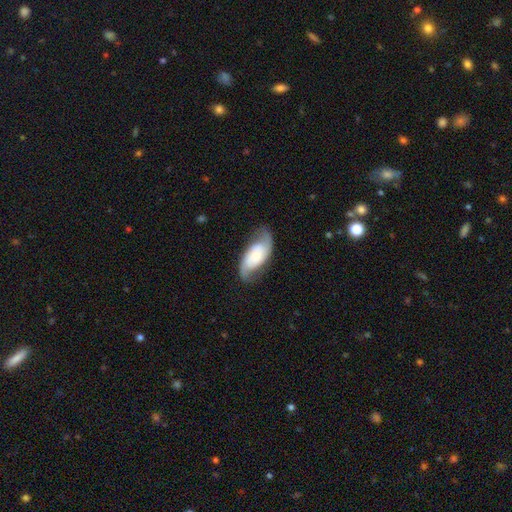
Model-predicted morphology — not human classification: Smooth or featured: featured or disk — 75% (smooth — 20%)
Edge-on disk: no — 94% (yes — 6%)
Bar: no — 65% (weak — 26%)
Spiral arms: yes — 94% (no — 6%)
Spiral winding: medium — 41% (loose — 40%)
Spiral arm count: 2 — 90% (can't tell — 4%)
Bulge size: small — 38% (moderate — 35%)
Merging: none — 71% (minor disturbance — 19%)